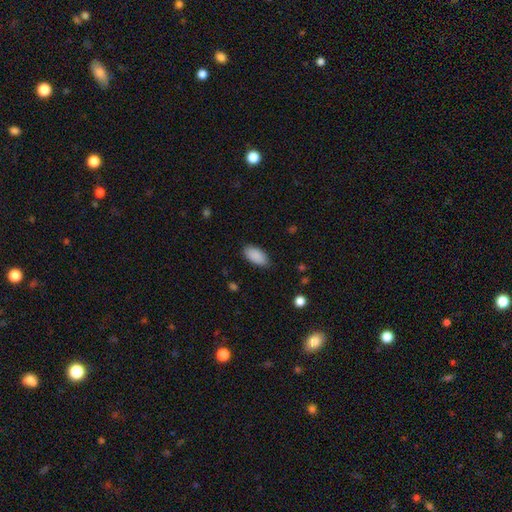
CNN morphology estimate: Smooth or featured?
  - smooth: 90% *
  - star or artifact: 7%
  - featured or disk: 3%
How rounded?
  - in between: 94% *
  - cigar-shaped: 4%
  - round: 2%
Merging?
  - none: 83% *
  - minor disturbance: 13%
  - major disturbance: 3%
  - merger: 1%